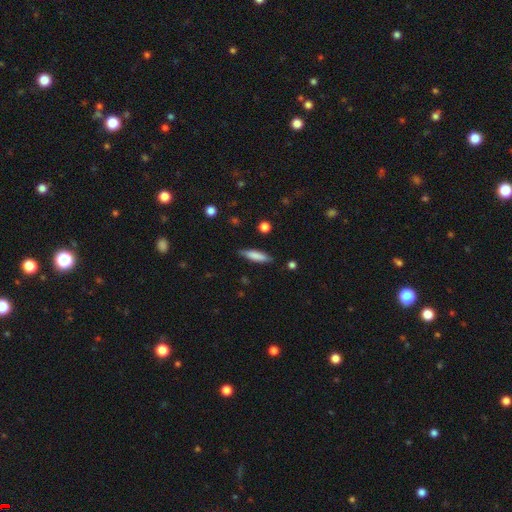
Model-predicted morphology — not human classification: The model was most divided on "how rounded": cigar-shaped: 71%, in between: 28%, round: 2%. More confident: merging — none (83%); smooth or featured — smooth (78%).